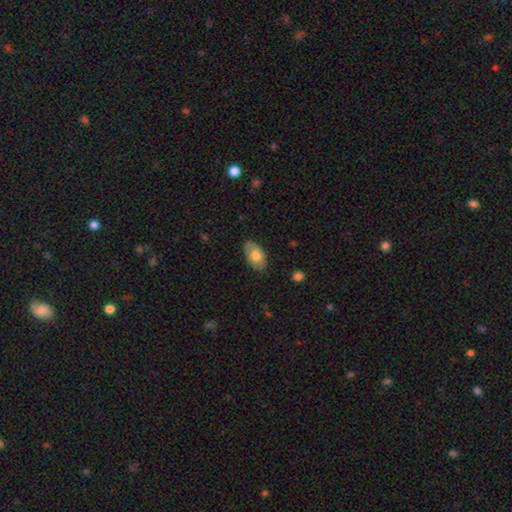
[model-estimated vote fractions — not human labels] This is likely a smooth galaxy (71%). How rounded: clearly in between (93%). Merging: clearly none (81%).